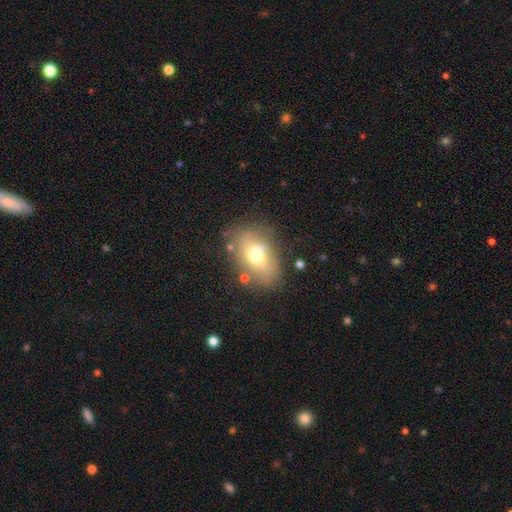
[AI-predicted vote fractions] Overall: smooth (63%; featured or disk 26%). How rounded: in between (82%). Merging: none (69%).